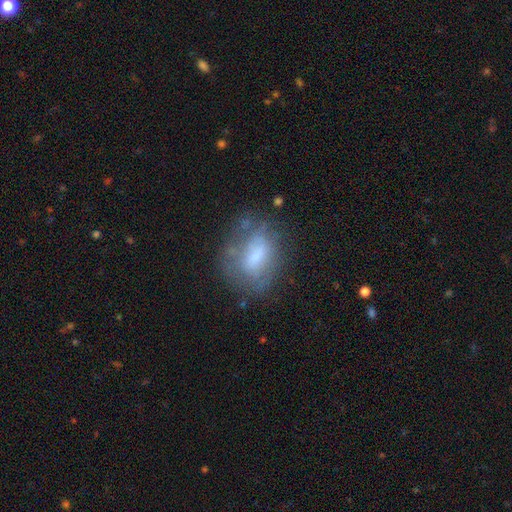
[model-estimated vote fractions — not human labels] smooth-or-featured: smooth: 47% | featured or disk: 43% | star or artifact: 10%
  merging: none: 55% | minor disturbance: 25% | major disturbance: 16% | merger: 4%